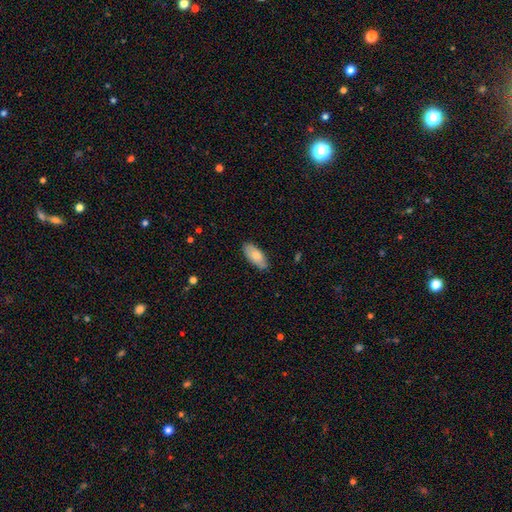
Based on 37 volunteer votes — This is likely a smooth galaxy (76%). How rounded: likely in between (79%). Merging: likely none (77%).